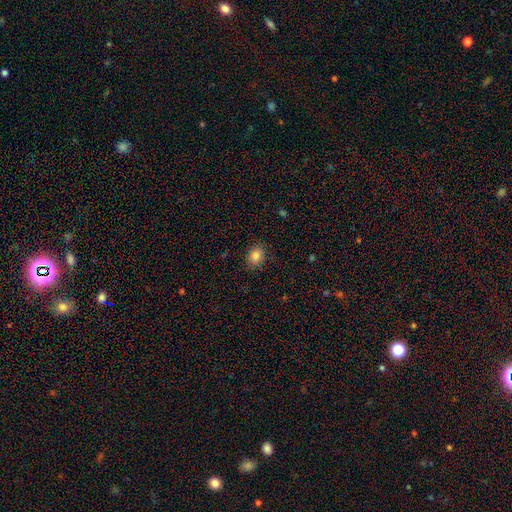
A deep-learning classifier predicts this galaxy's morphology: The model was most divided on "how rounded": in between: 56%, round: 43%, cigar-shaped: 1%. More confident: merging — none (86%); smooth or featured — smooth (84%).